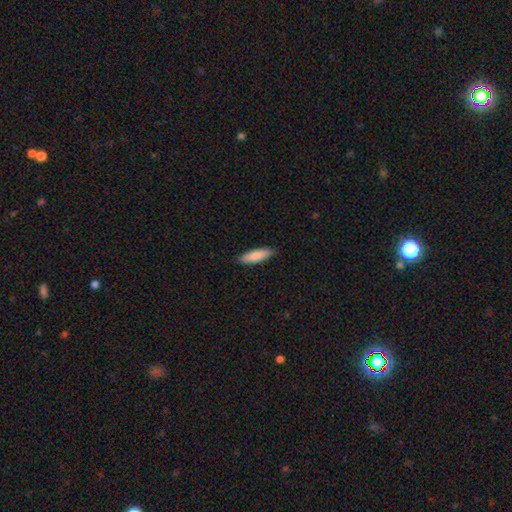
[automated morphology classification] Q: Smooth or featured?
A: smooth (85%); runner-up: featured or disk (10%)
Q: How rounded?
A: cigar-shaped (61%); runner-up: in between (38%)
Q: Merging?
A: none (90%); runner-up: minor disturbance (8%)